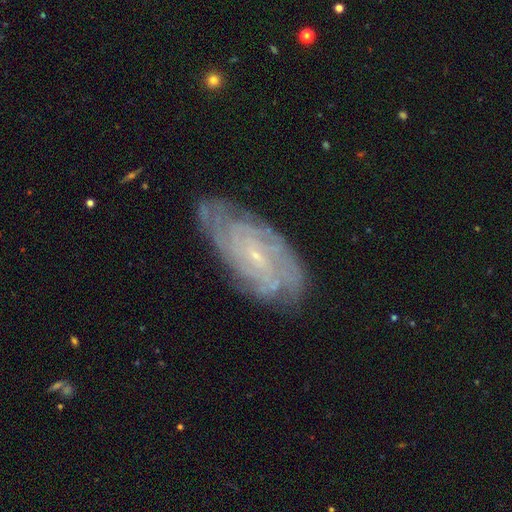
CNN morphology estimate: The model was most divided on "bar": no: 52%, weak: 38%, strong: 10%. Remaining: spiral arms — yes (95%); edge-on disk — no (94%); bulge size — small (84%); smooth or featured — featured or disk (83%); merging — none (75%); spiral winding — tight (71%); spiral arm count — can't tell (38%).